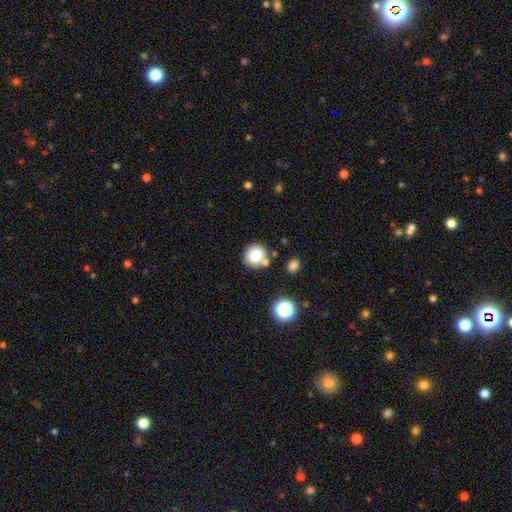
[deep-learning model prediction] The model was most divided on "merging": none: 71%, merger: 14%, minor disturbance: 11%, major disturbance: 3%. More confident: how rounded — round (91%); smooth or featured — smooth (80%).